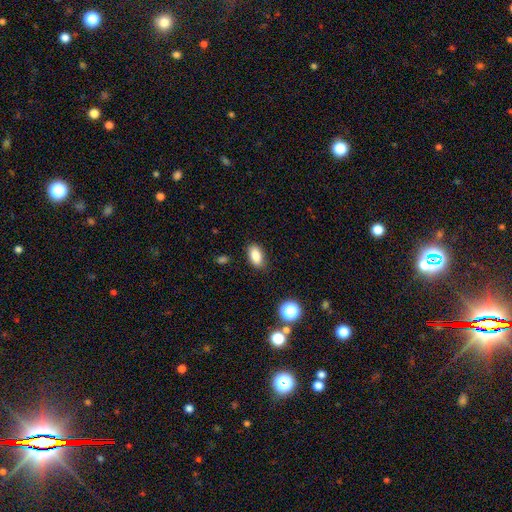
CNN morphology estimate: Smooth or featured? Predicted: smooth (p=0.86). How rounded? Predicted: in between (p=0.90). Merging? Predicted: none (p=0.84).